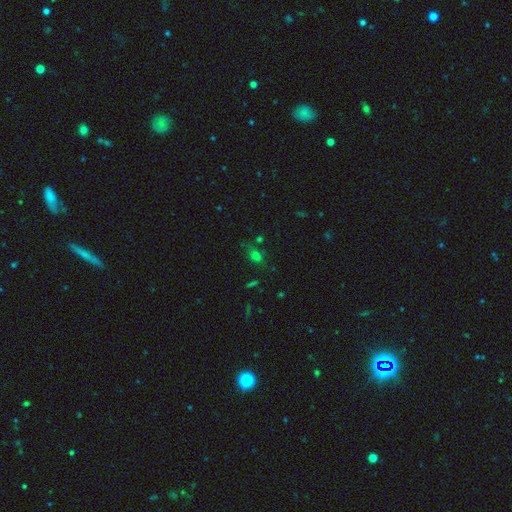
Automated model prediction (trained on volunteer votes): smooth_or_featured: smooth (p=0.63) [alt: star or artifact p=0.29]
how_rounded: in between (p=0.66) [alt: round p=0.31]
merging: none (p=0.67) [alt: minor disturbance p=0.18]